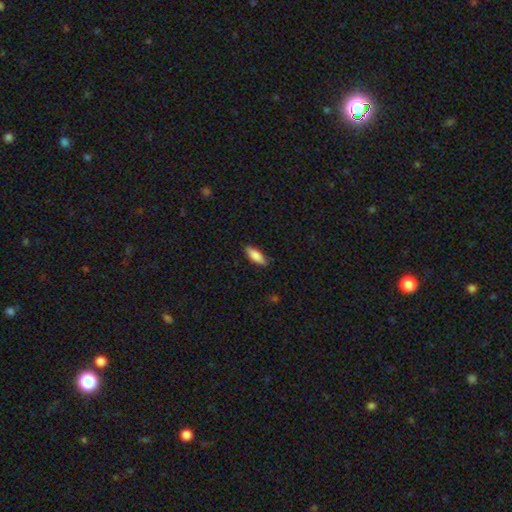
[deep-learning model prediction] Q: Smooth or featured?
A: smooth (84%); runner-up: featured or disk (10%)
Q: How rounded?
A: in between (64%); runner-up: cigar-shaped (34%)
Q: Merging?
A: none (86%); runner-up: minor disturbance (11%)